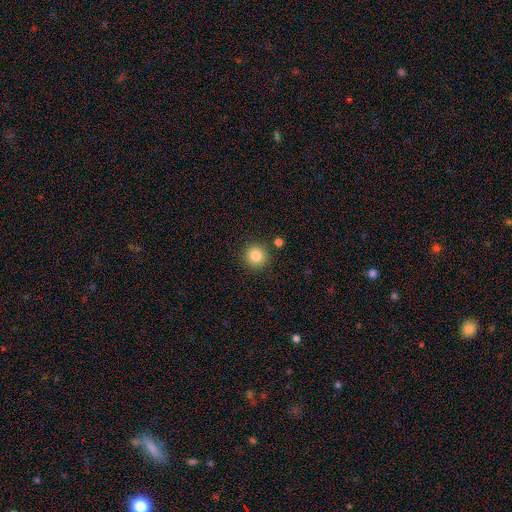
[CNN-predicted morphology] The model was most divided on "smooth or featured": smooth: 84%, star or artifact: 10%, featured or disk: 5%. More confident: how rounded — round (94%); merging — none (87%).